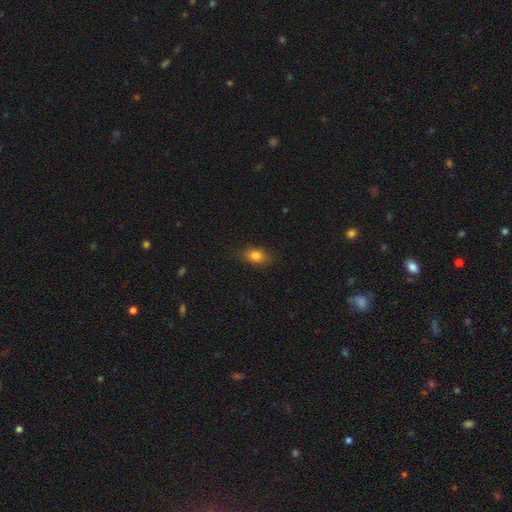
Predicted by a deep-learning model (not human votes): Smooth or featured?
  - smooth: 80% *
  - star or artifact: 10%
  - featured or disk: 10%
How rounded?
  - in between: 76% *
  - round: 21%
  - cigar-shaped: 4%
Merging?
  - none: 80% *
  - minor disturbance: 15%
  - major disturbance: 3%
  - merger: 1%